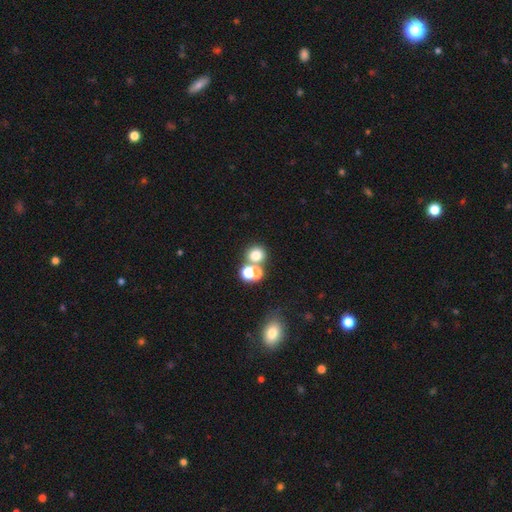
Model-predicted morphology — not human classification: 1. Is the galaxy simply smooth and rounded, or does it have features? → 71% smooth, 18% star or artifact, 11% featured or disk.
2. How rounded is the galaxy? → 85% round, 14% in between, 1% cigar-shaped.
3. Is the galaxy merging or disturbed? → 53% none, 36% merger, 7% minor disturbance, 4% major disturbance.